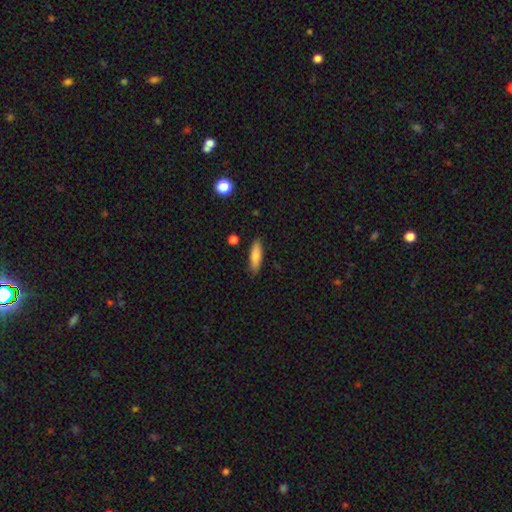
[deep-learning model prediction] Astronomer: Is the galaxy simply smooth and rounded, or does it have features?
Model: smooth — 78%.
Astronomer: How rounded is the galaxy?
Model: cigar-shaped — 51% (runner-up: in between, 47%).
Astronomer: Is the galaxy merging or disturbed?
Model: none — 85%.